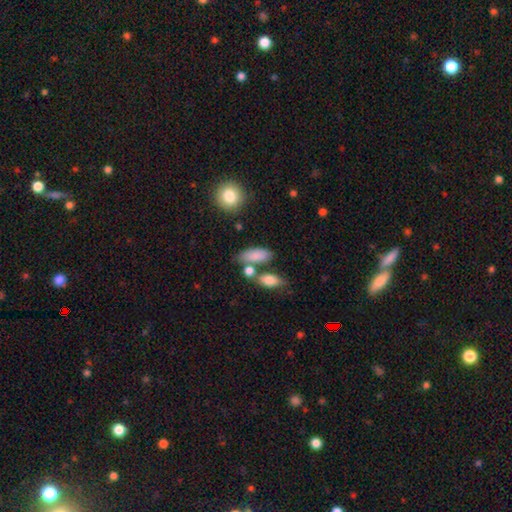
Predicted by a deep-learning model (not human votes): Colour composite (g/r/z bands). It shows a smooth galaxy with no disk features (83%) that is in between round and cigar-shaped (81%). Merging: none (60%).